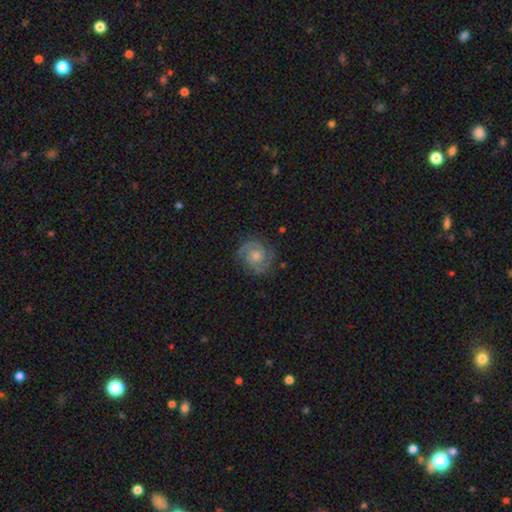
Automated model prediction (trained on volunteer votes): Smooth or featured?
  - featured or disk: 78% *
  - smooth: 14%
  - star or artifact: 9%
Edge-on disk?
  - no: 98% *
  - yes: 2%
Bar?
  - no: 71% *
  - weak: 25%
  - strong: 4%
Spiral arms?
  - yes: 95% *
  - no: 5%
Spiral winding?
  - tight: 52% *
  - medium: 39%
  - loose: 9%
Spiral arm count?
  - 2: 82% *
  - can't tell: 8%
  - 3: 4%
  - 1: 2%
  - 4: 2%
  - more than 4: 2%
Bulge size?
  - moderate: 55% *
  - small: 37%
  - large: 4%
  - none: 3%
  - dominant: 1%
Merging?
  - none: 82% *
  - minor disturbance: 13%
  - major disturbance: 4%
  - merger: 1%